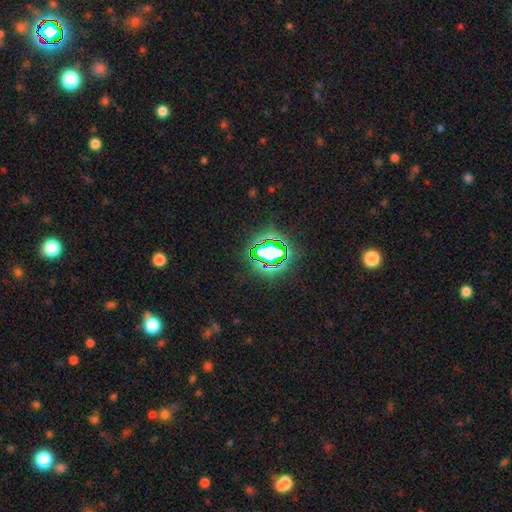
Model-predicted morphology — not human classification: type=star or artifact (78%).